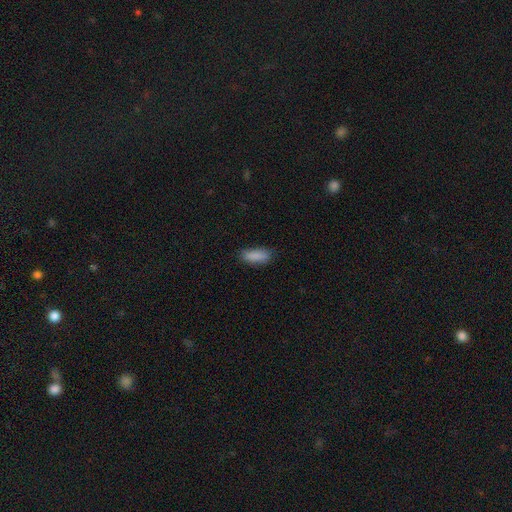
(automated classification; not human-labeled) Overall: smooth (88%). How rounded: in between (68%; cigar-shaped 30%). Merging: none (82%).